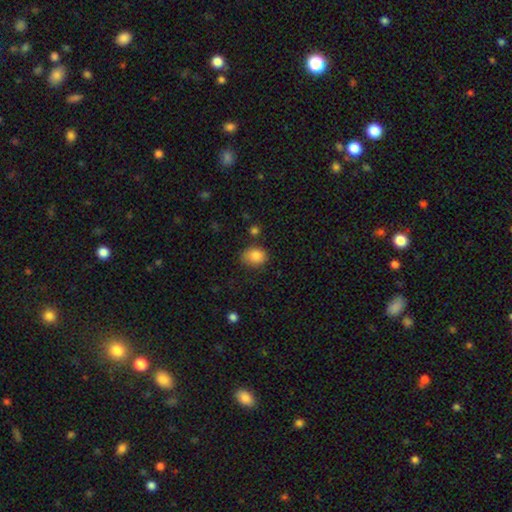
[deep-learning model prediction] This appears to be a smooth galaxy with no disk features (85%) that is in between round and cigar-shaped (50%). Merging: none (73%).